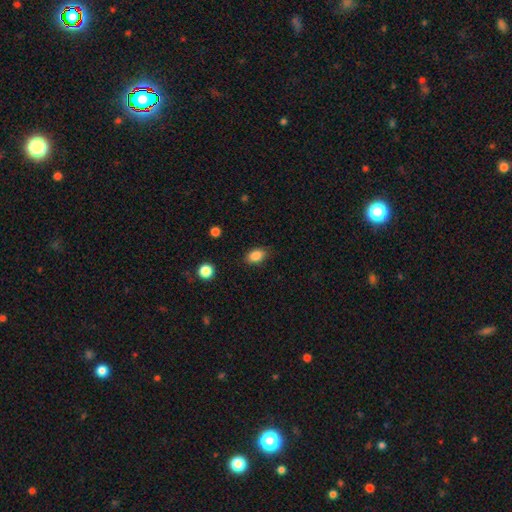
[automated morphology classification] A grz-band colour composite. It shows a smooth galaxy with no disk features (86%) that is in between round and cigar-shaped (83%). Merging: none (84%).